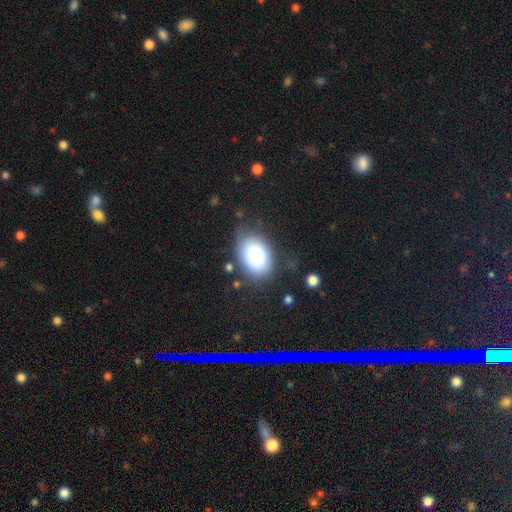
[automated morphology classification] smooth_or_featured: smooth (p=0.81) [alt: featured or disk p=0.12]
how_rounded: in between (p=0.84) [alt: round p=0.15]
merging: none (p=0.69) [alt: minor disturbance p=0.20]